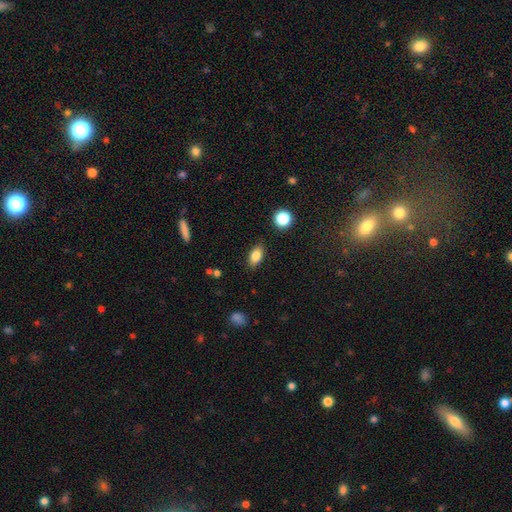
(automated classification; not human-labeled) A smooth galaxy with no disk features (82%) that is in between round and cigar-shaped (87%). Merging: none (84%).